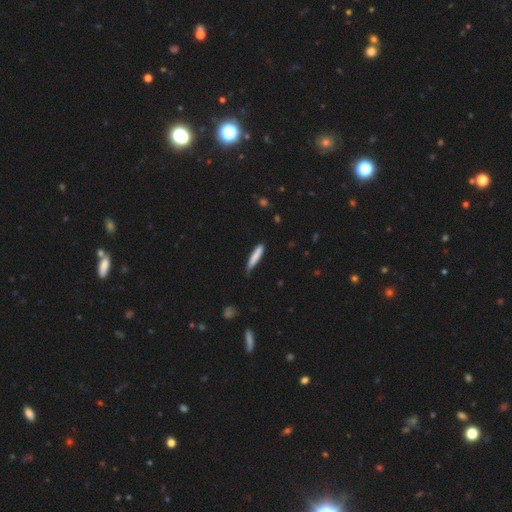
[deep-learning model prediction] smooth_or_featured: smooth (p=0.81) [alt: featured or disk p=0.13]
how_rounded: cigar-shaped (p=0.90) [alt: in between p=0.09]
merging: none (p=0.69) [alt: minor disturbance p=0.26]